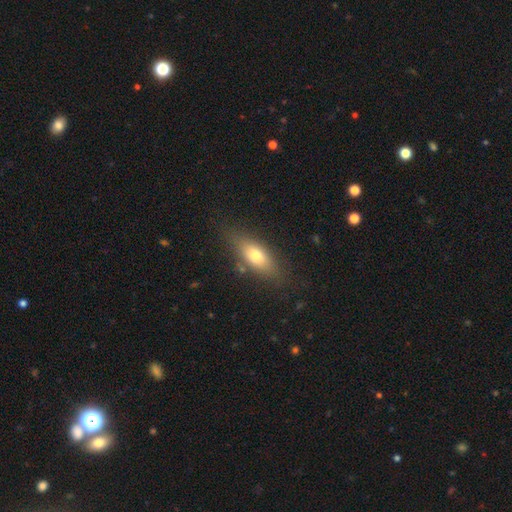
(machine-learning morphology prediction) Smooth or featured?
  - smooth: 68% *
  - featured or disk: 24%
  - star or artifact: 8%
How rounded?
  - in between: 70% *
  - cigar-shaped: 25%
  - round: 5%
Merging?
  - none: 78% *
  - minor disturbance: 15%
  - major disturbance: 4%
  - merger: 3%